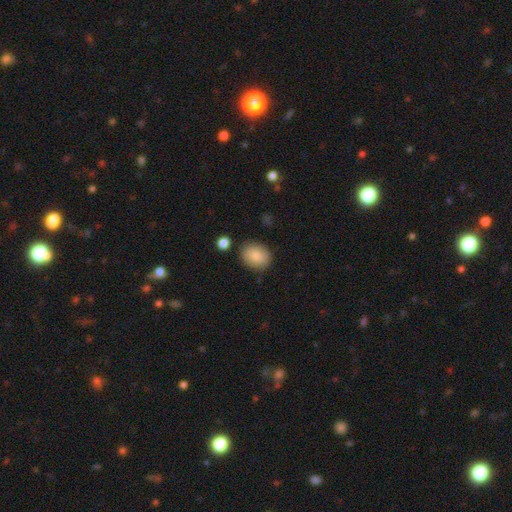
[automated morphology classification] Overall: smooth (86%). How rounded: round (53%; in between 46%). Merging: none (84%).